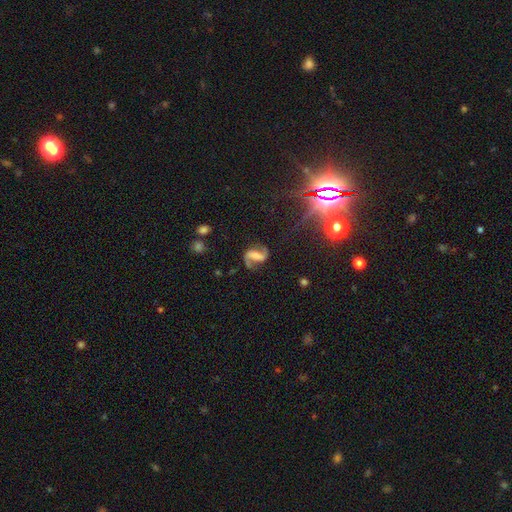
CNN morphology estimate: A featured or disk galaxy (82%) with a strong bar (43%), 2 (93%) loose (45%) spiral arms (96%) and no central bulge (42%).

Vote fractions:
- Smooth or featured? featured or disk: 82% / smooth: 10% / star or artifact: 8%
- Edge-on disk? no: 97% / yes: 3%
- Bar? strong: 43% / weak: 35% / no: 22%
- Spiral arms? yes: 96% / no: 4%
- Spiral winding? loose: 45% / medium: 44% / tight: 11%
- Spiral arm count? 2: 93% / can't tell: 2% / 1: 2% / 3: 1% / 4: 1% / more than 4: 1%
- Bulge size? none: 42% / small: 22% / moderate: 21% / large: 12% / dominant: 3%
- Merging? none: 74% / minor disturbance: 15% / major disturbance: 9% / merger: 2%